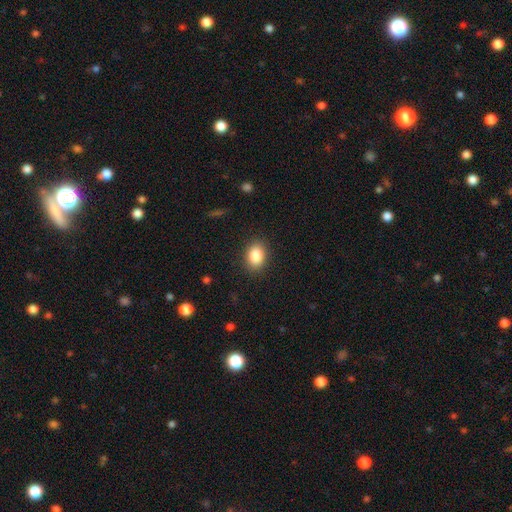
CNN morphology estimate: The model was most divided on "how rounded": in between: 70%, round: 29%, cigar-shaped: 1%. More confident: merging — none (88%); smooth or featured — smooth (86%).